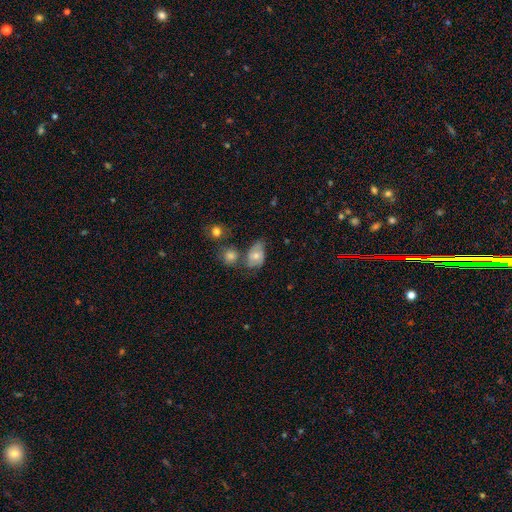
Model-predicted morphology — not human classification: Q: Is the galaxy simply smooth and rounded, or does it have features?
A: smooth — 57%.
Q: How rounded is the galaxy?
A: in between — 72%.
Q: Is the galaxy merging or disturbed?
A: none — 35%.